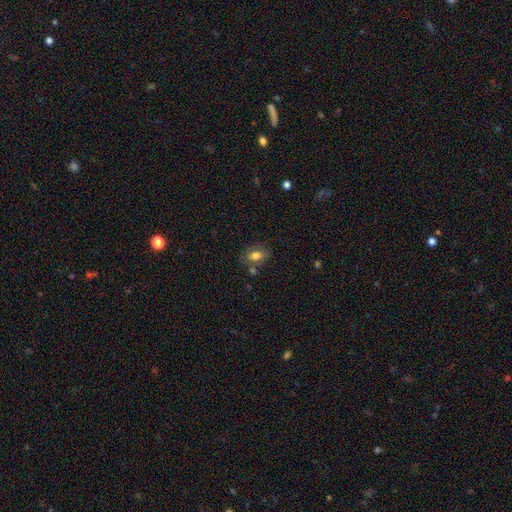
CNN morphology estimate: Smooth or featured: smooth — 70% (featured or disk — 20%)
How rounded: in between — 82% (round — 15%)
Merging: none — 66% (minor disturbance — 19%)